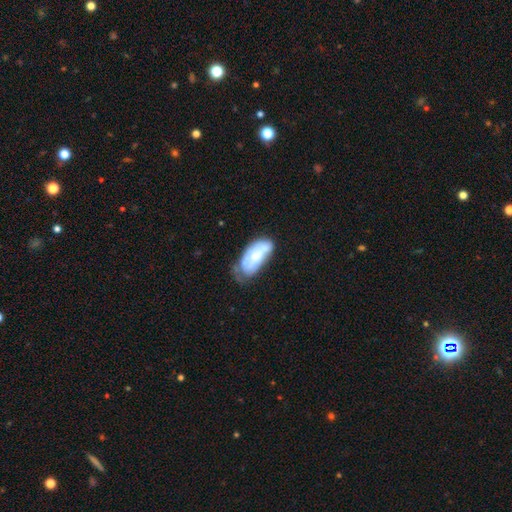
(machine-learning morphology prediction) This is possibly a smooth galaxy (52%). How rounded: clearly in between (89%). Merging: marginally none (39%).